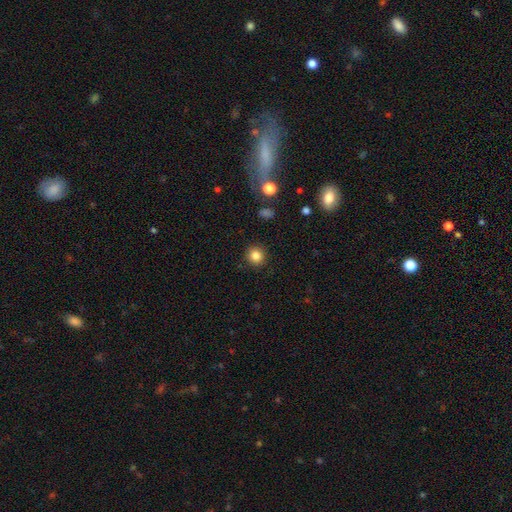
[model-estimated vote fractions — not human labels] smooth-or-featured: smooth: 83% | star or artifact: 11% | featured or disk: 5%
  how-rounded: round: 93% | in between: 6% | cigar-shaped: 1%
  merging: none: 91% | minor disturbance: 5% | major disturbance: 2% | merger: 1%